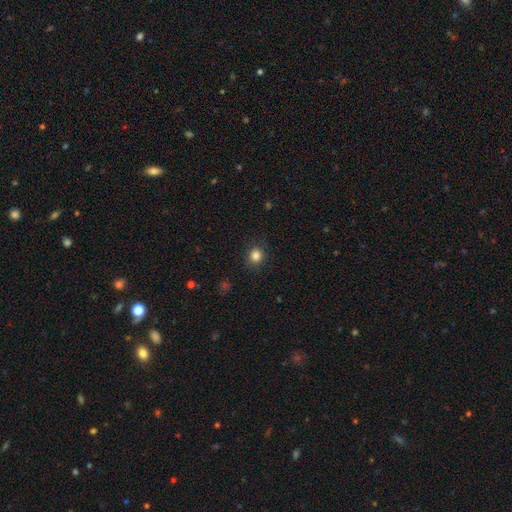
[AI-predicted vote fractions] Smooth or featured? smooth (84%)
How rounded? round (85%)
Merging? none (89%)